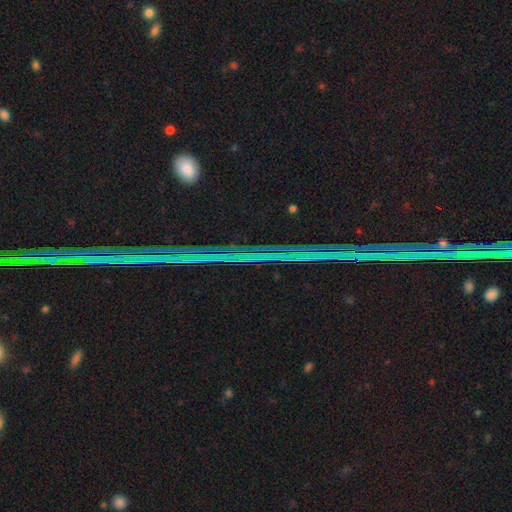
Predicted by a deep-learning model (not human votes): smooth-or-featured: star or artifact: 86% | featured or disk: 8% | smooth: 6%